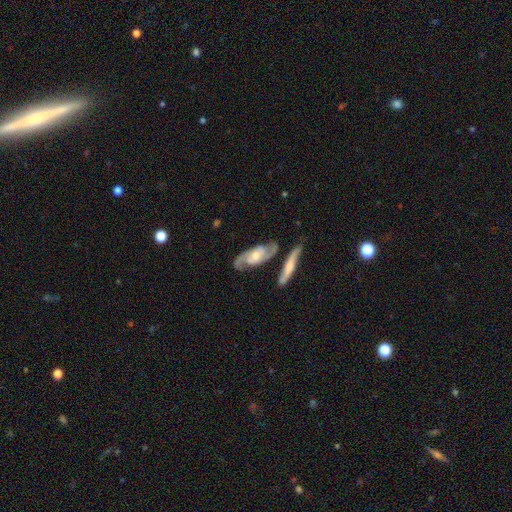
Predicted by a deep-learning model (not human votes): A featured or disk galaxy (86%) with no bar (52%), 2 (90%) medium (51%) spiral arms (97%) and a moderate central bulge (56%). Merging: none (71%).